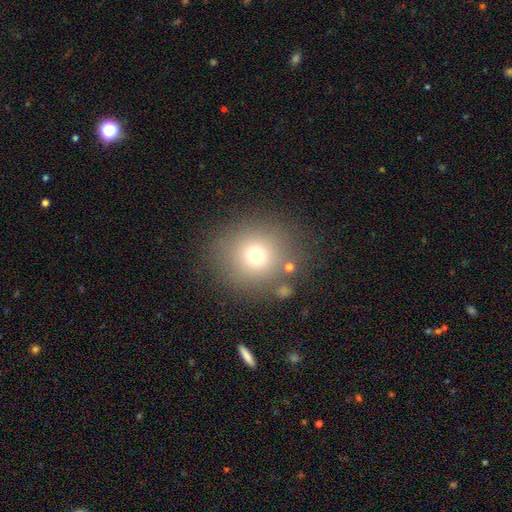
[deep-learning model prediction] Overall: smooth (71%). How rounded: round (89%). Merging: none (81%).